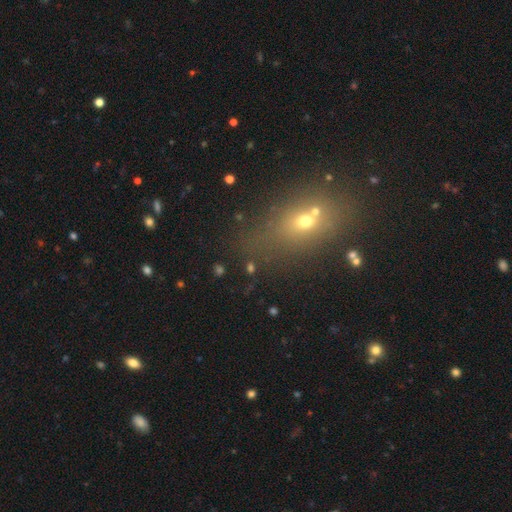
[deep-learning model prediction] Smooth or featured: smooth — 46% (star or artifact — 36%)
Merging: none — 66% (merger — 16%)